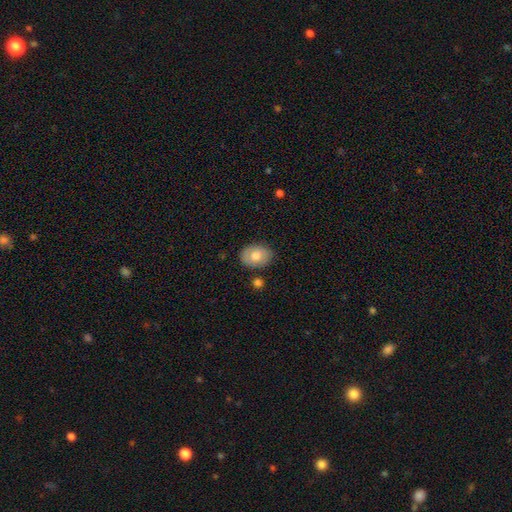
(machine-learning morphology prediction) Smooth or featured? smooth (71%)
How rounded? in between (73%)
Merging? none (81%)